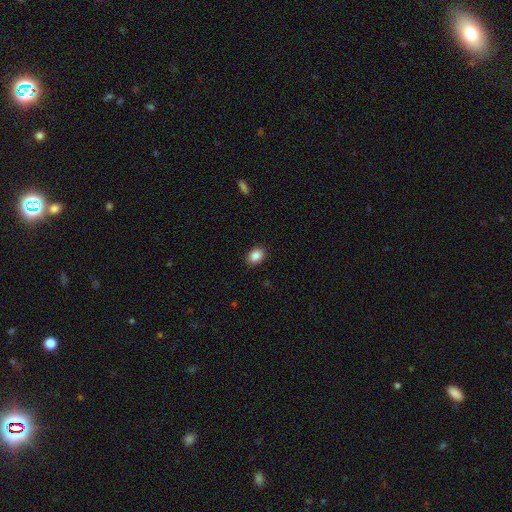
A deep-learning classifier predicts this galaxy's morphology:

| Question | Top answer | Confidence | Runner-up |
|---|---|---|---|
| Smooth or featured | smooth | 88% | star or artifact (8%) |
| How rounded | in between | 78% | round (21%) |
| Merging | none | 90% | minor disturbance (7%) |